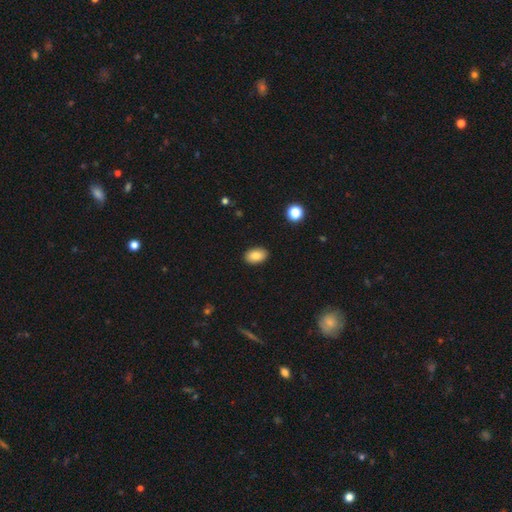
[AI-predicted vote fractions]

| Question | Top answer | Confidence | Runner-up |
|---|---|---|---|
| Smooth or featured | smooth | 84% | star or artifact (8%) |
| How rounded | in between | 90% | round (9%) |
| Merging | none | 89% | minor disturbance (8%) |